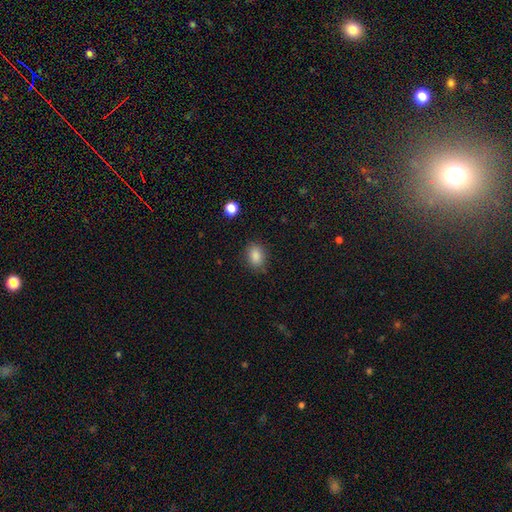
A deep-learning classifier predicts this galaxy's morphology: type=smooth (86%); roundness=in between (68%); merging=none (84%).